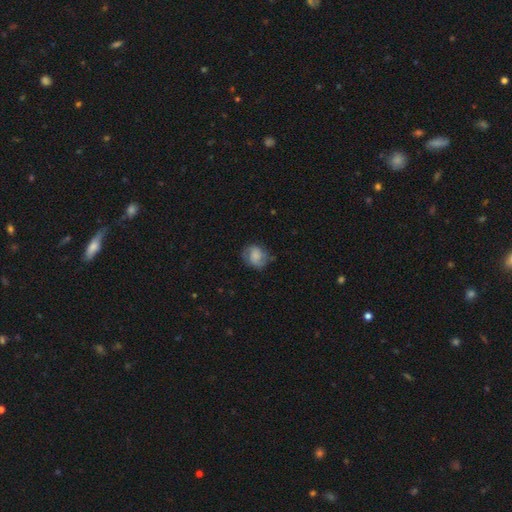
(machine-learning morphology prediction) Q: Smooth or featured?
A: smooth (59%); runner-up: featured or disk (32%)
Q: How rounded?
A: round (62%); runner-up: in between (37%)
Q: Merging?
A: none (65%); runner-up: minor disturbance (24%)